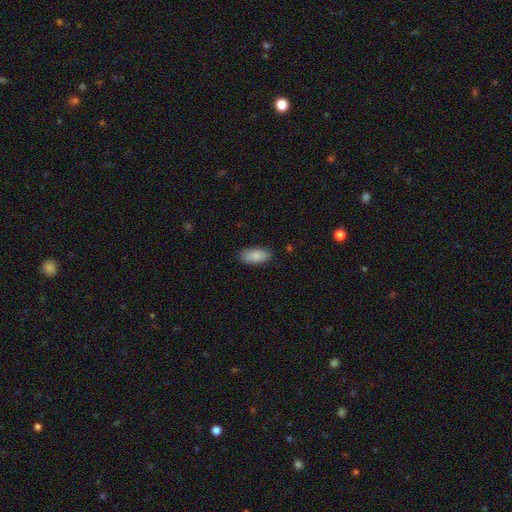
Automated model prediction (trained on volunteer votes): A smooth galaxy with no disk features (87%) that is in between round and cigar-shaped (91%). Merging: none (85%).